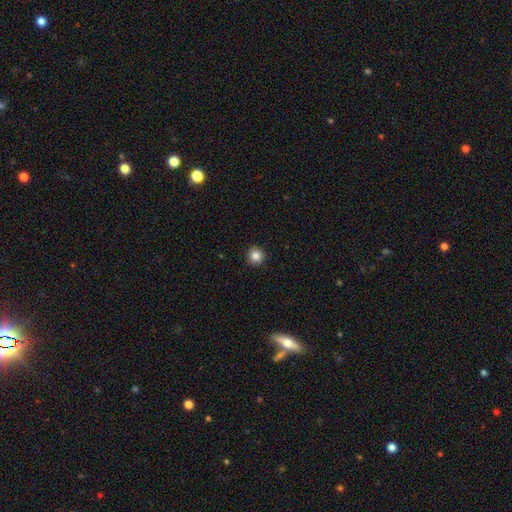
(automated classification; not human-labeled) smooth_or_featured: smooth (p=0.85) [alt: star or artifact p=0.10]
how_rounded: round (p=0.95) [alt: in between p=0.04]
merging: none (p=0.93) [alt: minor disturbance p=0.05]